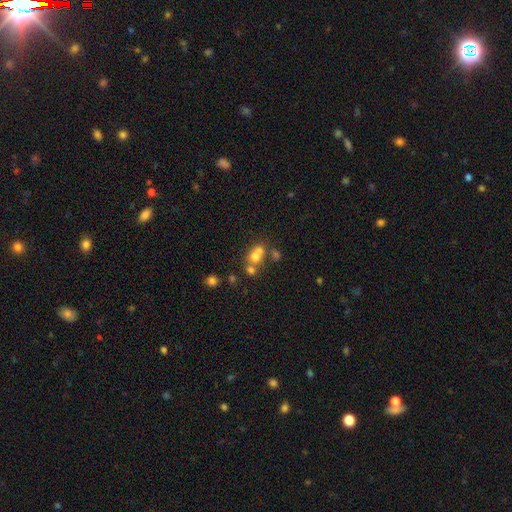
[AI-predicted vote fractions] A smooth galaxy with no disk features (64%) that is round (68%).

Vote fractions:
- Smooth or featured? smooth: 64% / featured or disk: 20% / star or artifact: 16%
- How rounded? round: 68% / in between: 30% / cigar-shaped: 1%
- Merging? merger: 51% / none: 36% / minor disturbance: 8% / major disturbance: 5%